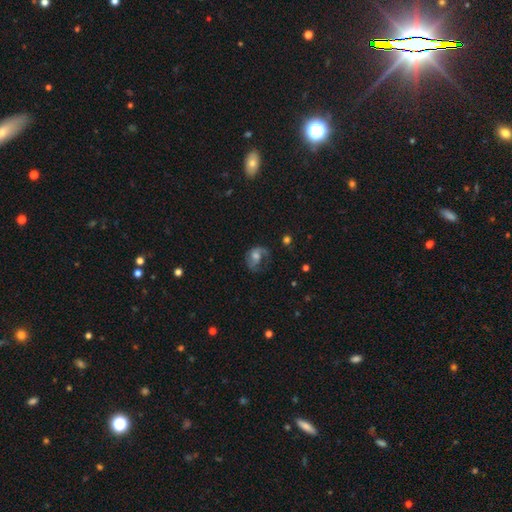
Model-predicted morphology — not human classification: smooth_or_featured: featured or disk (p=0.53) [alt: smooth p=0.36]
disk_edge_on: no (p=0.97) [alt: yes p=0.03]
bar: no (p=0.65) [alt: weak p=0.29]
has_spiral_arms: yes (p=0.74) [alt: no p=0.26]
bulge_size: moderate (p=0.50) [alt: small p=0.26]
merging: none (p=0.38) [alt: major disturbance p=0.36]